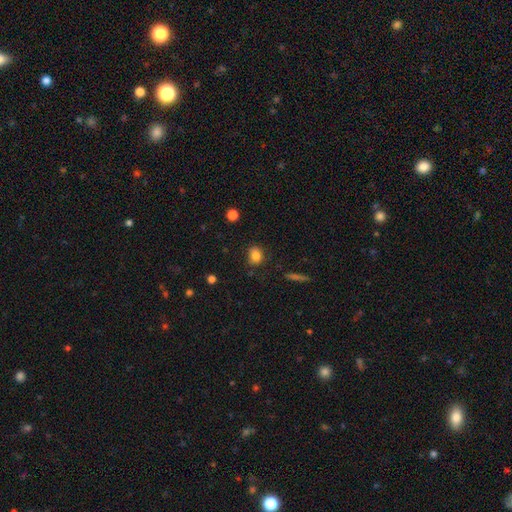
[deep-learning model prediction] This appears to be a smooth galaxy with no disk features (83%) that is in between round and cigar-shaped (49%, tied with round). Merging: none (78%).